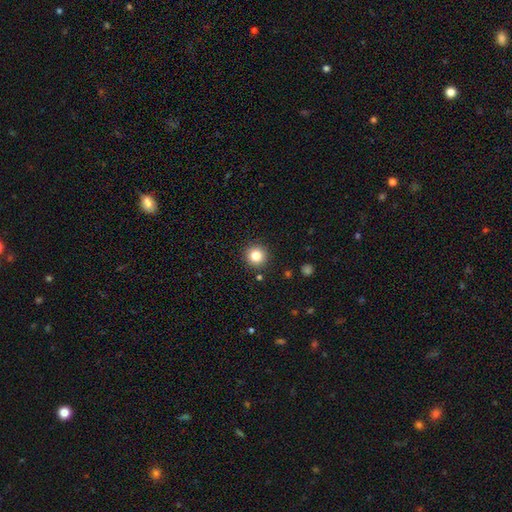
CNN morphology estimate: Smooth or featured?
  - smooth: 83% *
  - star or artifact: 11%
  - featured or disk: 6%
How rounded?
  - round: 94% *
  - in between: 5%
  - cigar-shaped: 1%
Merging?
  - none: 90% *
  - minor disturbance: 6%
  - major disturbance: 2%
  - merger: 2%